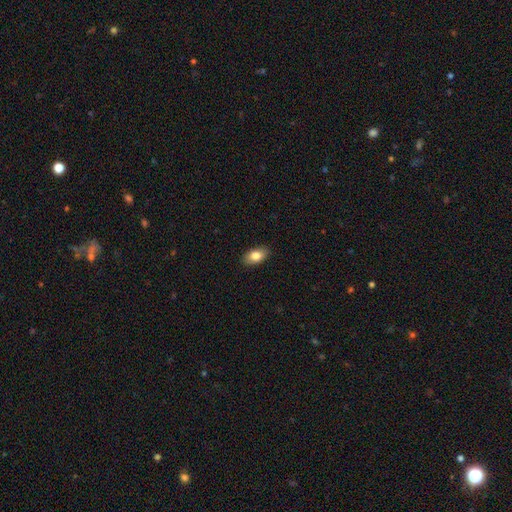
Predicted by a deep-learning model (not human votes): A smooth galaxy with no disk features (82%) that is in between round and cigar-shaped (91%). Merging: none (88%).